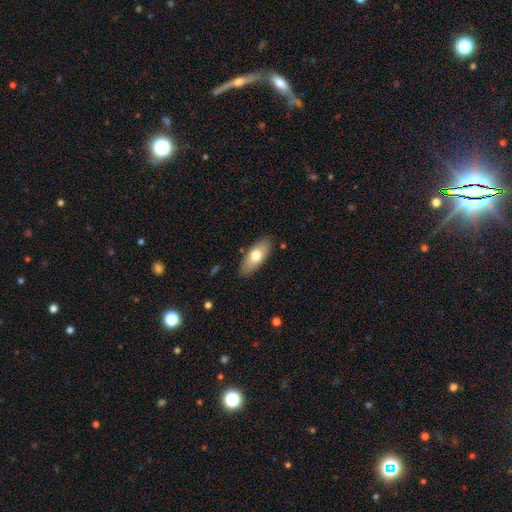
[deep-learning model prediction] This appears to be a smooth galaxy with no disk features (70%) that is in between round and cigar-shaped (84%). Merging: none (85%).